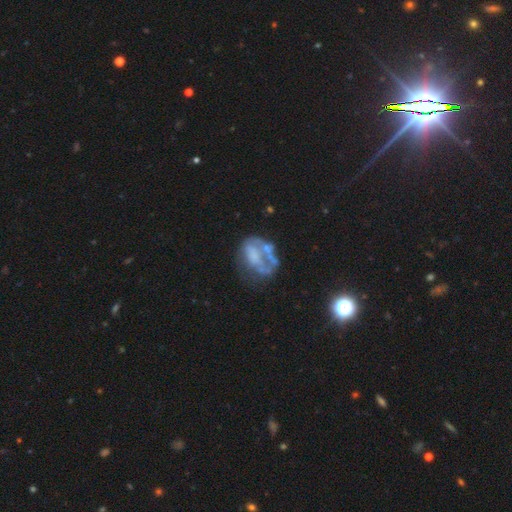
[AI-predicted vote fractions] Q: Smooth or featured?
A: featured or disk (61%); runner-up: smooth (27%)
Q: Edge-on disk?
A: no (97%); runner-up: yes (3%)
Q: Bar?
A: no (81%); runner-up: weak (14%)
Q: Spiral arms?
A: no (79%); runner-up: yes (21%)
Q: Bulge size?
A: none (57%); runner-up: moderate (18%)
Q: Merging?
A: none (34%); runner-up: major disturbance (32%)